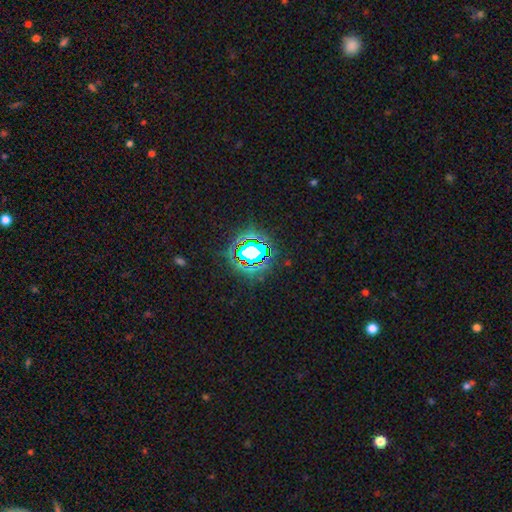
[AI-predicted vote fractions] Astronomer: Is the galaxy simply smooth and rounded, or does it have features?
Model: star or artifact — 69%.